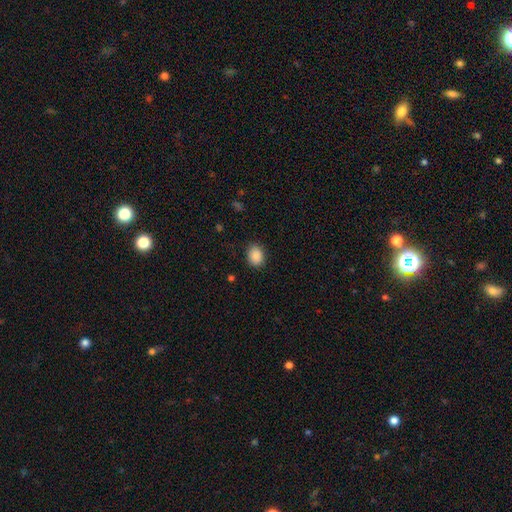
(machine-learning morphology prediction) Smooth or featured? Predicted: smooth (p=0.89). How rounded? Predicted: in between (p=0.60). Merging? Predicted: none (p=0.87).